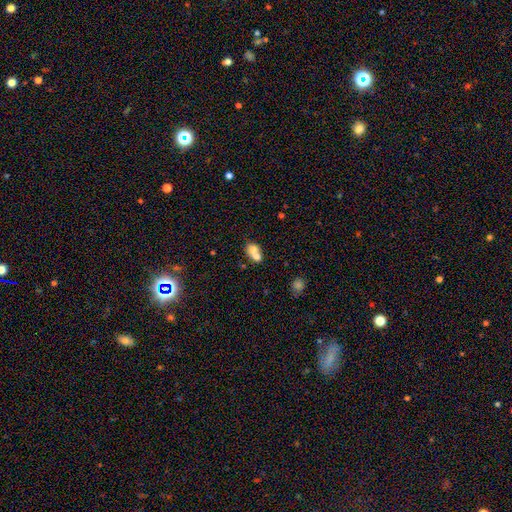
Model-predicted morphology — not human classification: smooth 71%, featured or disk 19%, star or artifact 10%. Down the decision tree: how rounded — in between (56%); merging — merger (66%).